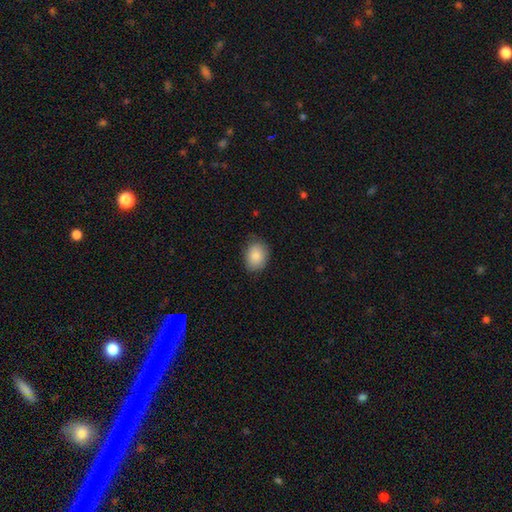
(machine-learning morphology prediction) smooth 87%, star or artifact 7%, featured or disk 6%. Down the decision tree: how rounded — in between (61%); merging — none (78%).